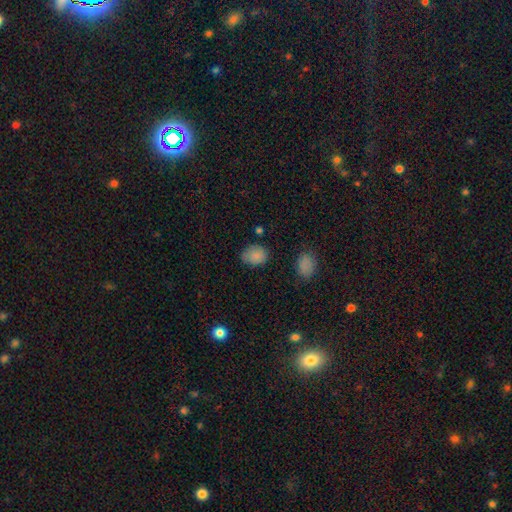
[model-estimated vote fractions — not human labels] Smooth or featured?
  - smooth: 84% *
  - star or artifact: 10%
  - featured or disk: 6%
How rounded?
  - in between: 58% *
  - round: 41%
  - cigar-shaped: 1%
Merging?
  - none: 67% *
  - minor disturbance: 25%
  - major disturbance: 5%
  - merger: 3%